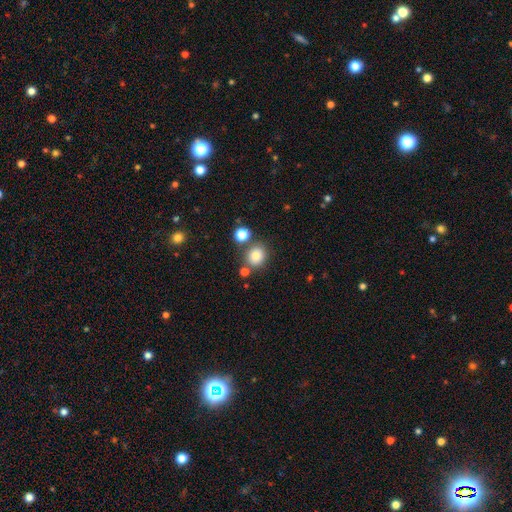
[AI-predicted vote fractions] Smooth or featured: smooth — 80% (star or artifact — 12%)
How rounded: round — 78% (in between — 21%)
Merging: none — 74% (merger — 13%)